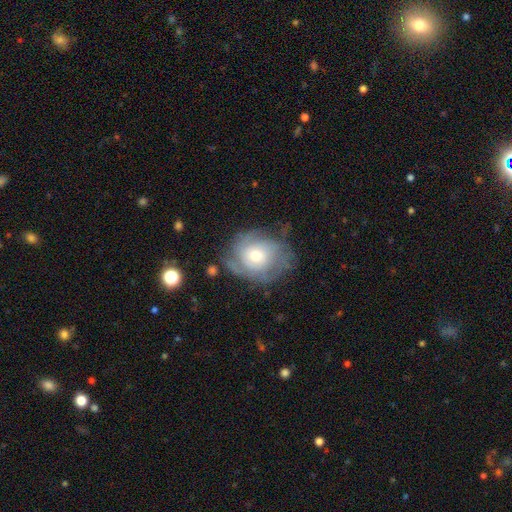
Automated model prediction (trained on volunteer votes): Smooth or featured: featured or disk — 66% (smooth — 26%)
Edge-on disk: no — 96% (yes — 4%)
Bar: no — 80% (weak — 17%)
Spiral arms: yes — 81% (no — 19%)
Spiral winding: tight — 59% (medium — 29%)
Spiral arm count: can't tell — 50% (2 — 19%)
Bulge size: moderate — 57% (small — 34%)
Merging: none — 60% (minor disturbance — 24%)